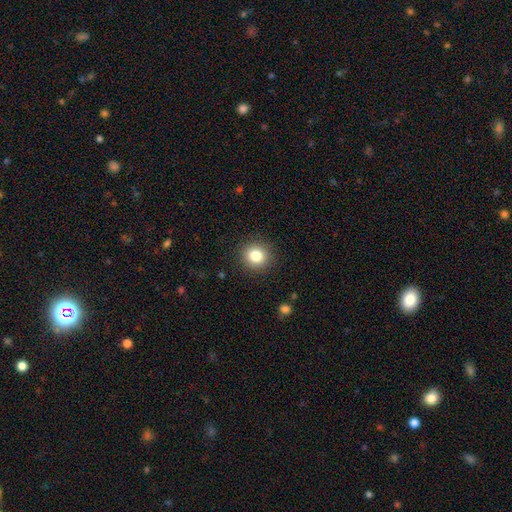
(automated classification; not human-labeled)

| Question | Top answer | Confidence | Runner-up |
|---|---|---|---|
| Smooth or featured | smooth | 82% | star or artifact (11%) |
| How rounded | round | 91% | in between (8%) |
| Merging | none | 91% | minor disturbance (6%) |